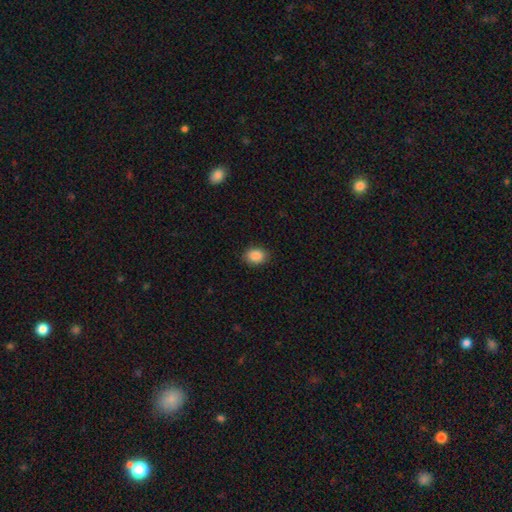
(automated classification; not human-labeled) smooth-or-featured: smooth: 88% | star or artifact: 8% | featured or disk: 4%
  how-rounded: in between: 62% | round: 37% | cigar-shaped: 1%
  merging: none: 88% | minor disturbance: 9% | major disturbance: 2% | merger: 1%